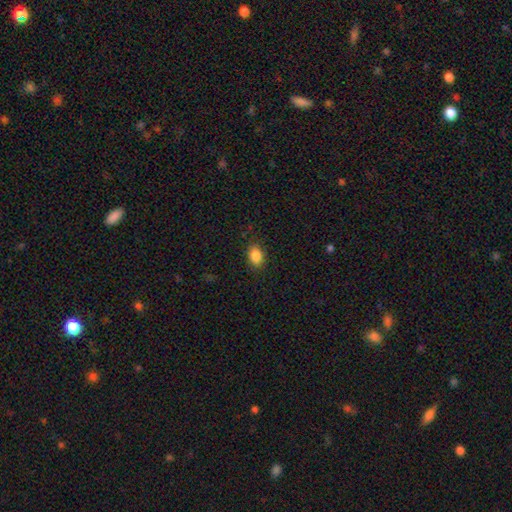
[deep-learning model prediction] This is clearly a smooth galaxy (87%). How rounded: likely in between (72%). Merging: clearly none (86%).